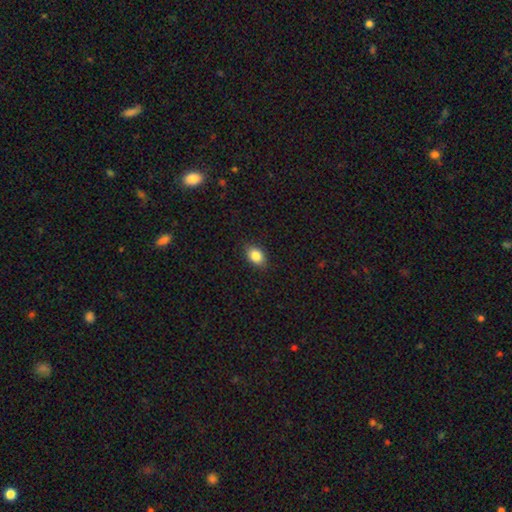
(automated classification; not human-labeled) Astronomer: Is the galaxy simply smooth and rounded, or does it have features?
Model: smooth — 85%.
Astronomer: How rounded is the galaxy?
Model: in between — 79%.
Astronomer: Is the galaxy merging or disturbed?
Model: none — 87%.